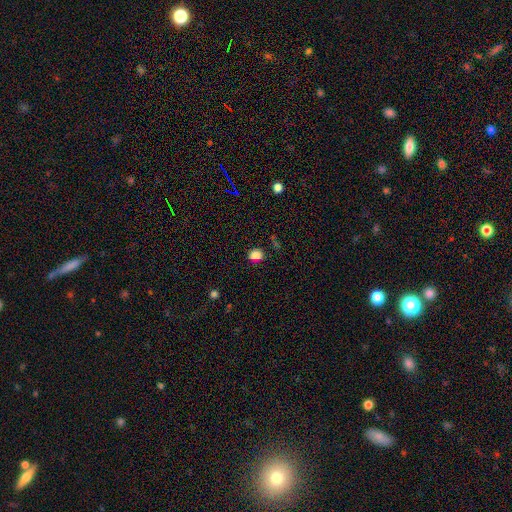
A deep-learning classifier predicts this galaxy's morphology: Q: Smooth or featured?
A: smooth (83%); runner-up: star or artifact (13%)
Q: How rounded?
A: round (62%); runner-up: in between (36%)
Q: Merging?
A: none (85%); runner-up: minor disturbance (10%)